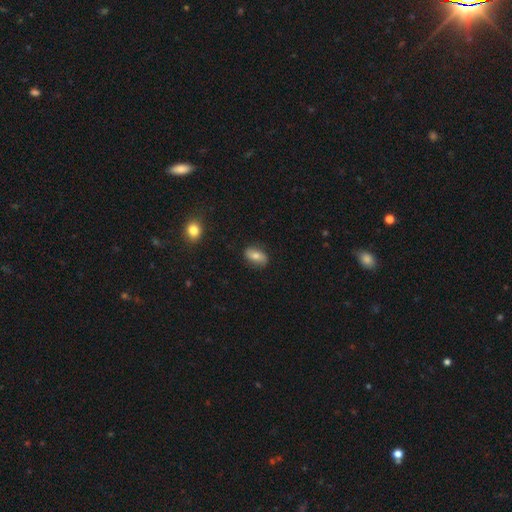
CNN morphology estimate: A smooth galaxy with no disk features (68%) that is in between round and cigar-shaped (87%). Merging: none (82%).